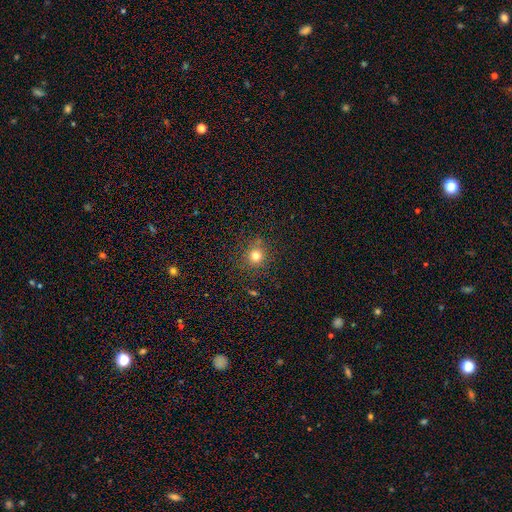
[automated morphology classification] Overall: smooth (76%). How rounded: round (89%). Merging: none (84%).